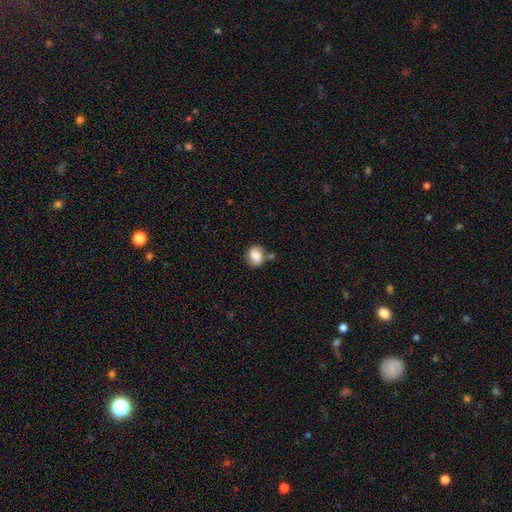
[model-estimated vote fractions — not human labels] Smooth or featured? smooth (73%)
How rounded? round (61%)
Merging? none (60%)